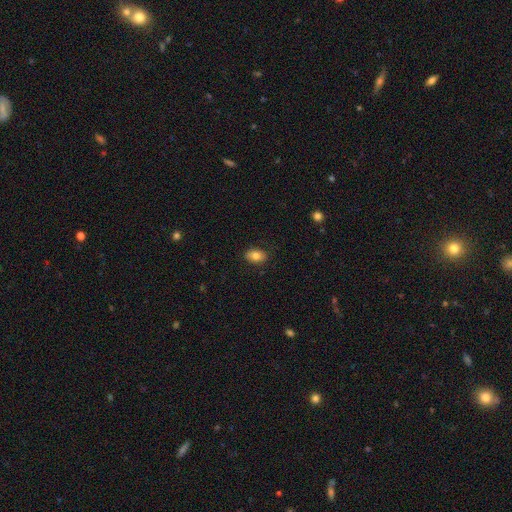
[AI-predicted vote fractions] A smooth galaxy with no disk features (80%) that is in between round and cigar-shaped (86%).

Vote fractions:
- Smooth or featured? smooth: 80% / featured or disk: 12% / star or artifact: 8%
- How rounded? in between: 86% / round: 13% / cigar-shaped: 1%
- Merging? none: 85% / minor disturbance: 12% / major disturbance: 2% / merger: 1%